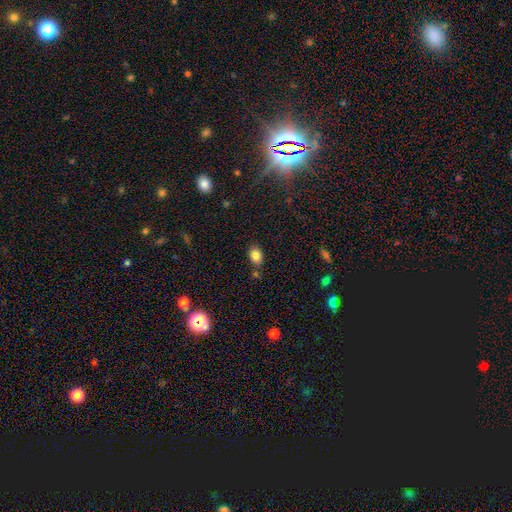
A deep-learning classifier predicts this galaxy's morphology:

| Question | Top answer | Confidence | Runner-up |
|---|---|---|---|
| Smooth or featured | smooth | 83% | star or artifact (10%) |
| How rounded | in between | 72% | round (27%) |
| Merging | none | 73% | minor disturbance (15%) |